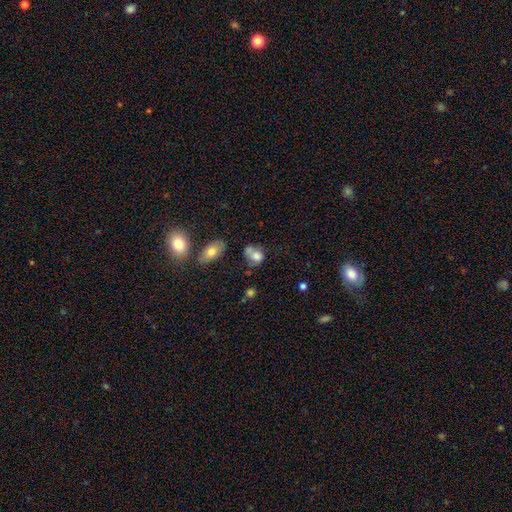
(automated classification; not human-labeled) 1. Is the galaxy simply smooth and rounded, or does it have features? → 75% smooth, 15% featured or disk, 10% star or artifact.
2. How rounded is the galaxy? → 63% in between, 35% round, 2% cigar-shaped.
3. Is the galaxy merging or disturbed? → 32% none, 28% merger, 25% minor disturbance, 15% major disturbance.